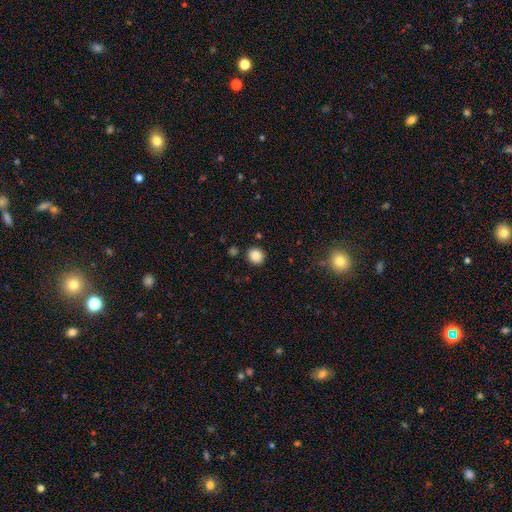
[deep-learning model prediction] smooth 87%, star or artifact 10%, featured or disk 3%. Down the decision tree: how rounded — round (84%); merging — none (88%).